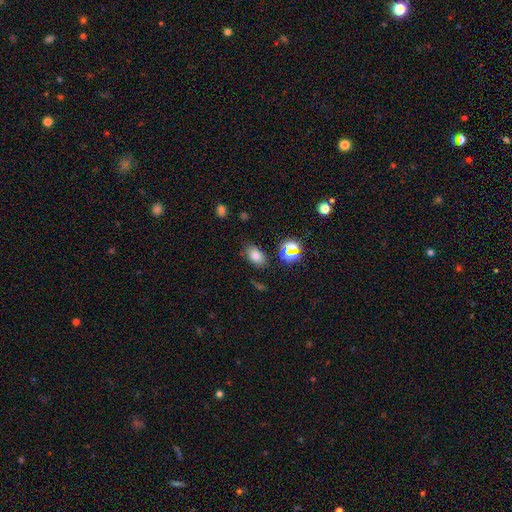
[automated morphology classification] Smooth or featured: smooth — 74% (star or artifact — 16%)
How rounded: in between — 86% (round — 12%)
Merging: none — 78% (minor disturbance — 13%)